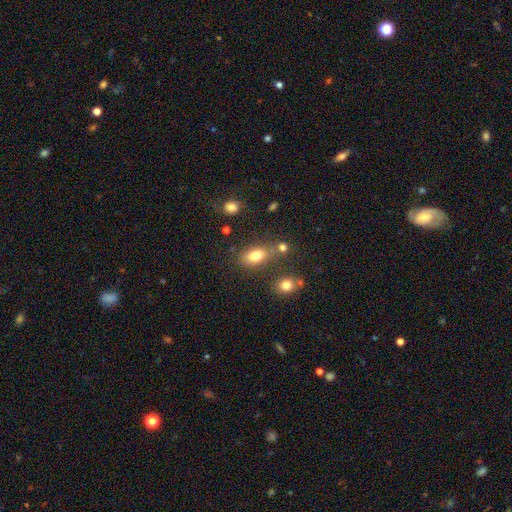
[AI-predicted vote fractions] Smooth or featured? smooth (77%)
How rounded? in between (81%)
Merging? none (59%)